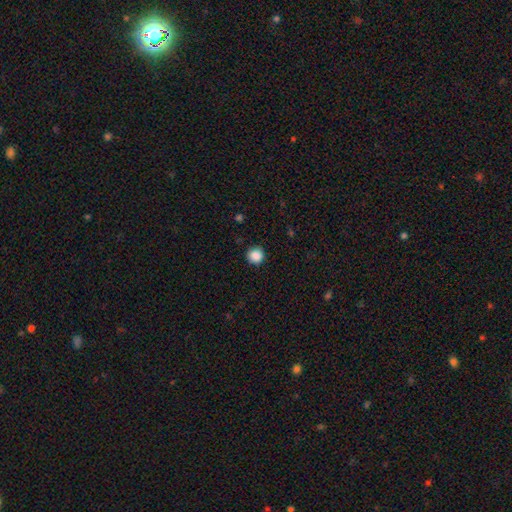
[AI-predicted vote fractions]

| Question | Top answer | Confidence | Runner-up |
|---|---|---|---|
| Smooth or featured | smooth | 88% | star or artifact (10%) |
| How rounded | round | 94% | in between (5%) |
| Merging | none | 90% | minor disturbance (7%) |